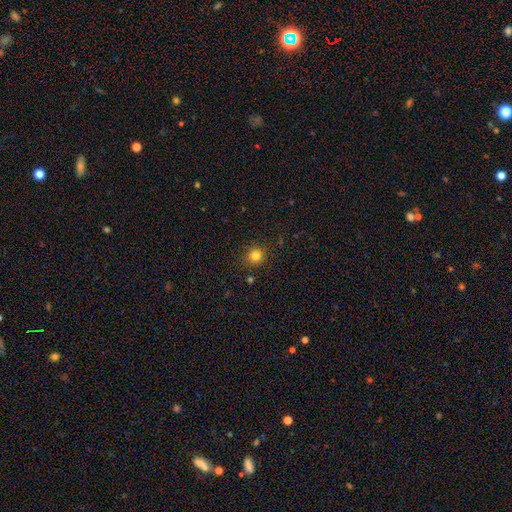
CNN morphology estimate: Smooth or featured?
  - smooth: 81% *
  - star or artifact: 14%
  - featured or disk: 5%
How rounded?
  - round: 92% *
  - in between: 8%
  - cigar-shaped: 1%
Merging?
  - none: 87% *
  - minor disturbance: 8%
  - major disturbance: 3%
  - merger: 2%